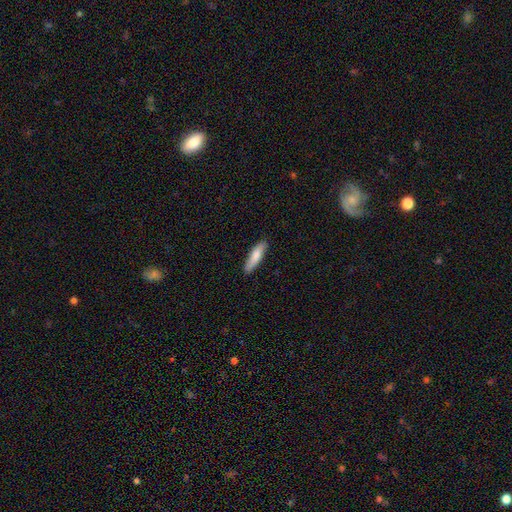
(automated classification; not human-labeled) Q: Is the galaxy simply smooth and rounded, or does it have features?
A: smooth — 79%.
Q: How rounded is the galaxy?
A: cigar-shaped — 73%.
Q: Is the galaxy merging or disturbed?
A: none — 86%.